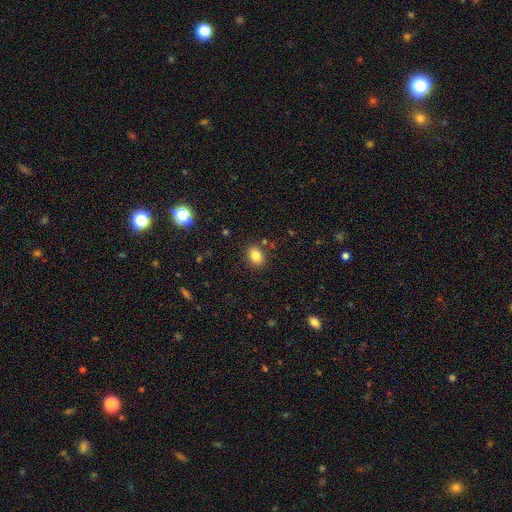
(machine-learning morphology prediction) This appears to be a smooth galaxy with no disk features (83%) that is in between round and cigar-shaped (62%). Merging: none (85%).